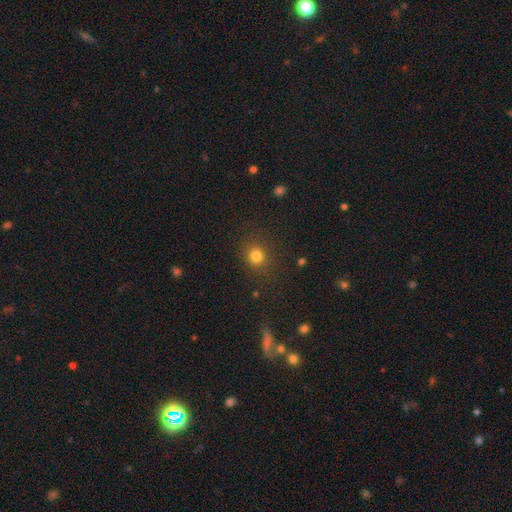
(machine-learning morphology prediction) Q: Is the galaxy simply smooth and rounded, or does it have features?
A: smooth — 79%.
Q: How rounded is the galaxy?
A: round — 83%.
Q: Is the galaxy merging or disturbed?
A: none — 85%.